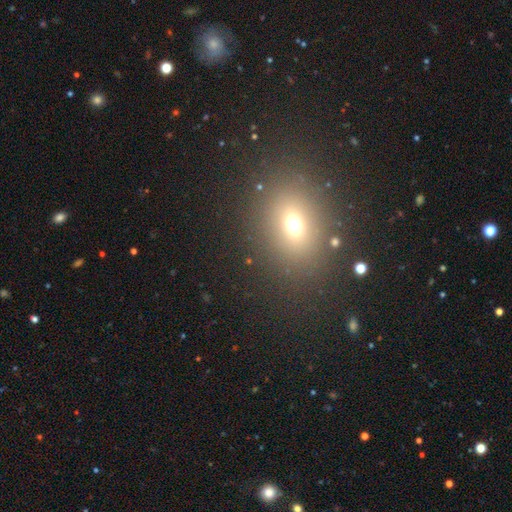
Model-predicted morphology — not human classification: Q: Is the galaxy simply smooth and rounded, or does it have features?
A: smooth — 58%.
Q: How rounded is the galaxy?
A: in between — 63%.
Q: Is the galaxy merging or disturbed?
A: none — 87%.